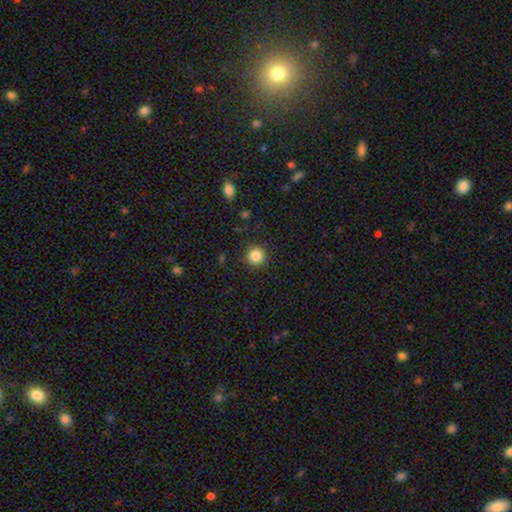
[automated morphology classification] Smooth or featured: smooth — 86% (star or artifact — 10%)
How rounded: round — 94% (in between — 5%)
Merging: none — 91% (minor disturbance — 6%)